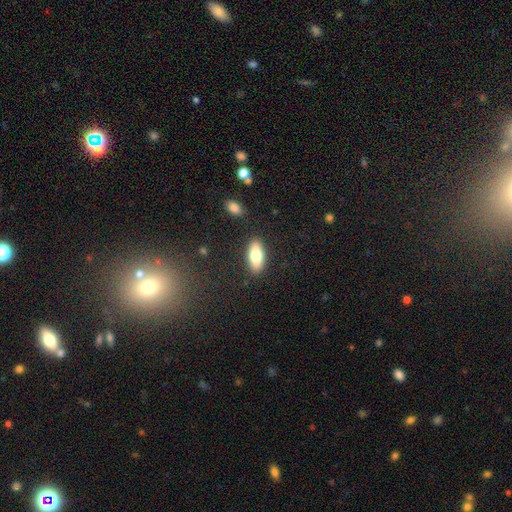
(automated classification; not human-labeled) Smooth or featured?
  - smooth: 76% *
  - featured or disk: 17%
  - star or artifact: 6%
How rounded?
  - in between: 82% *
  - cigar-shaped: 16%
  - round: 3%
Merging?
  - none: 86% *
  - minor disturbance: 9%
  - major disturbance: 2%
  - merger: 2%